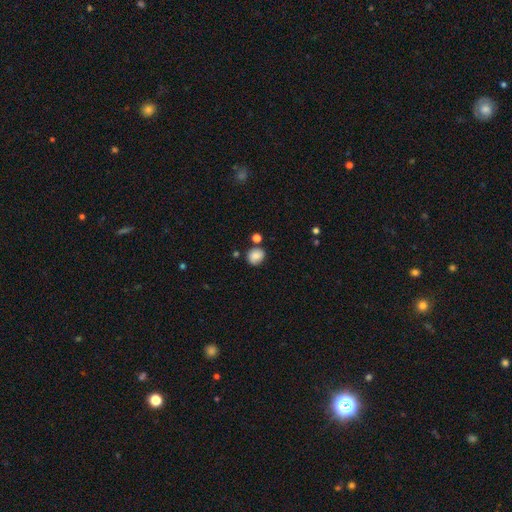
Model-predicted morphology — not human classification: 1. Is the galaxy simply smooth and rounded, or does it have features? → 80% smooth, 11% featured or disk, 9% star or artifact.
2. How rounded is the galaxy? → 77% round, 22% in between, 1% cigar-shaped.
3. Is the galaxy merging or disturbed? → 74% none, 15% minor disturbance, 8% merger, 3% major disturbance.